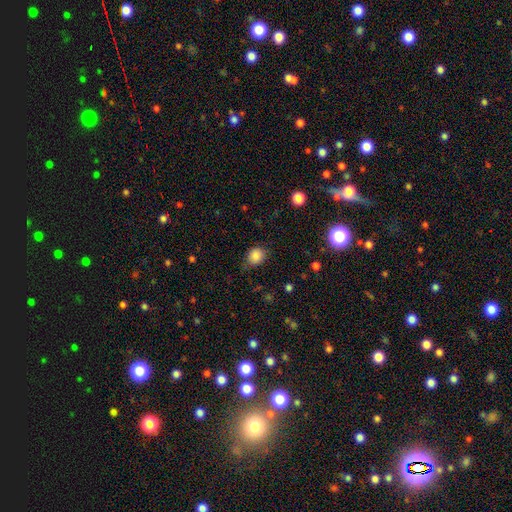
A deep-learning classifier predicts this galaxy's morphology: smooth-or-featured: smooth: 85% | star or artifact: 10% | featured or disk: 5%
  how-rounded: round: 69% | in between: 30% | cigar-shaped: 1%
  merging: none: 76% | minor disturbance: 19% | major disturbance: 4% | merger: 1%